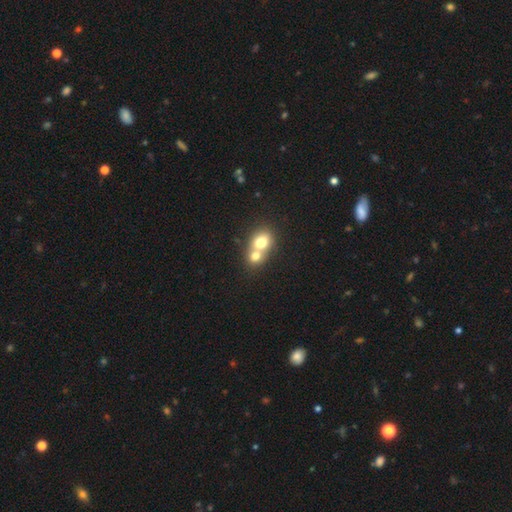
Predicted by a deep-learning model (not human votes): Smooth or featured?
  - smooth: 72% *
  - featured or disk: 18%
  - star or artifact: 10%
How rounded?
  - round: 59% *
  - in between: 40%
  - cigar-shaped: 1%
Merging?
  - merger: 71% *
  - none: 22%
  - minor disturbance: 5%
  - major disturbance: 2%